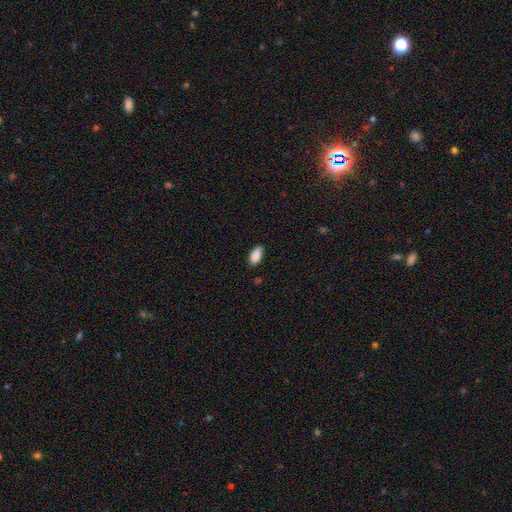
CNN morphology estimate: A smooth galaxy with no disk features (89%) that is in between round and cigar-shaped (91%). Merging: none (83%).